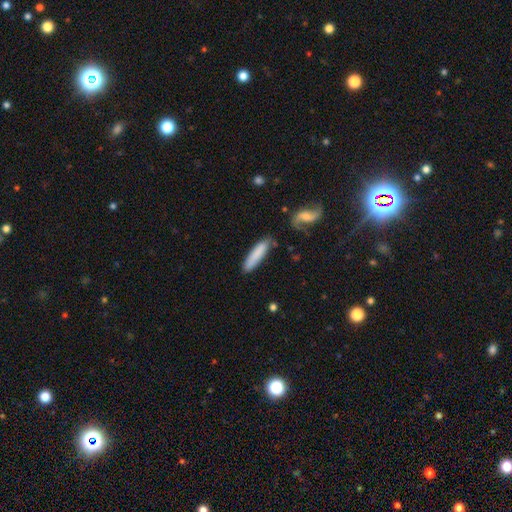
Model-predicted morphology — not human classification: Smooth or featured: smooth — 81% (featured or disk — 13%)
How rounded: cigar-shaped — 81% (in between — 17%)
Merging: none — 77% (minor disturbance — 15%)